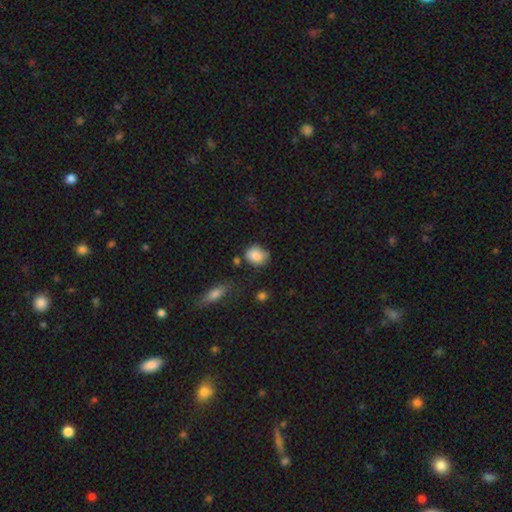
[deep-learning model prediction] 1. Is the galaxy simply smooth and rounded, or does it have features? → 85% smooth, 8% star or artifact, 7% featured or disk.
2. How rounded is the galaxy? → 60% round, 39% in between, 1% cigar-shaped.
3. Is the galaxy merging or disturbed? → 61% none, 27% minor disturbance, 7% major disturbance, 6% merger.